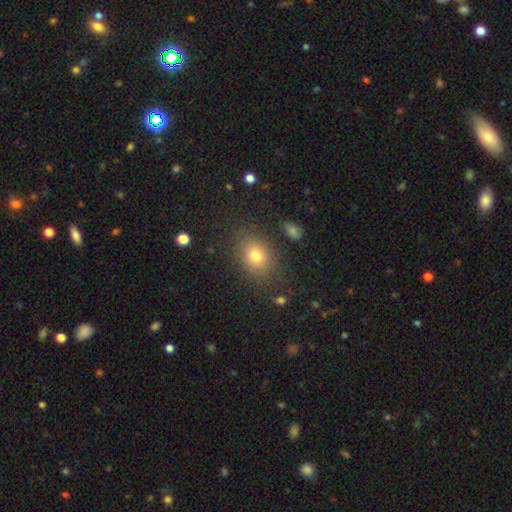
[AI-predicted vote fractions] smooth 76%, star or artifact 13%, featured or disk 11%. Down the decision tree: how rounded — in between (60%); merging — none (82%).